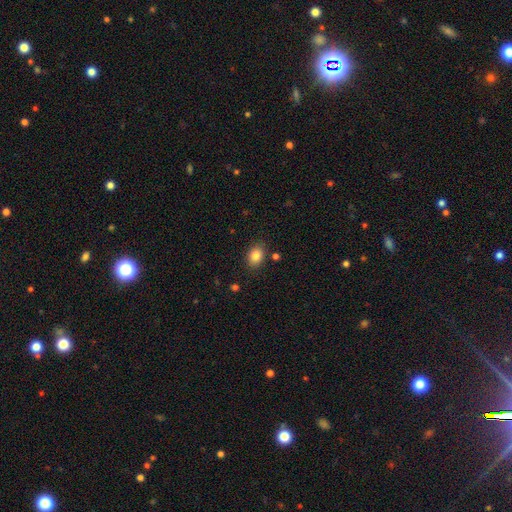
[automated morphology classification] smooth 84%, star or artifact 9%, featured or disk 7%. Down the decision tree: how rounded — in between (70%); merging — none (85%).